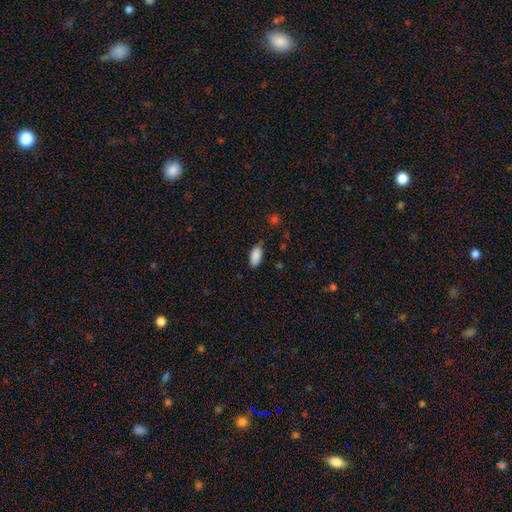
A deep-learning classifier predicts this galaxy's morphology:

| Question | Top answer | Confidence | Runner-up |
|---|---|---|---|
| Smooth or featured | smooth | 89% | star or artifact (7%) |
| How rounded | in between | 92% | cigar-shaped (6%) |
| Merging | none | 80% | minor disturbance (16%) |